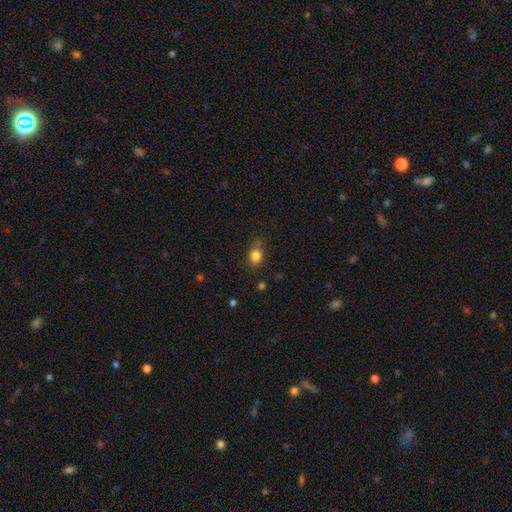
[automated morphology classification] Smooth or featured? Predicted: smooth (p=0.80). How rounded? Predicted: round (p=0.51). Merging? Predicted: none (p=0.64).